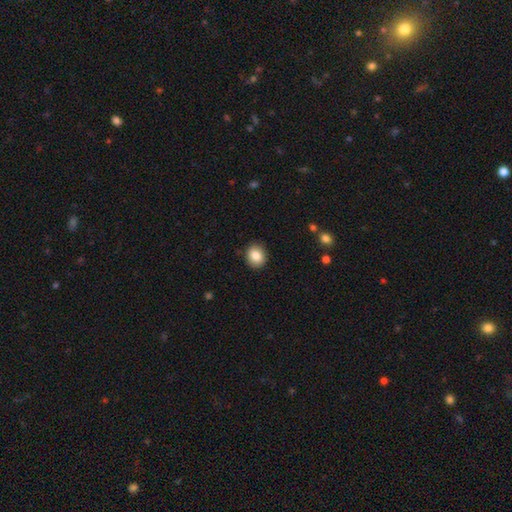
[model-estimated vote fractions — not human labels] Smooth or featured?
  - smooth: 84% *
  - star or artifact: 9%
  - featured or disk: 7%
How rounded?
  - round: 72% *
  - in between: 27%
  - cigar-shaped: 1%
Merging?
  - none: 90% *
  - minor disturbance: 7%
  - major disturbance: 2%
  - merger: 1%